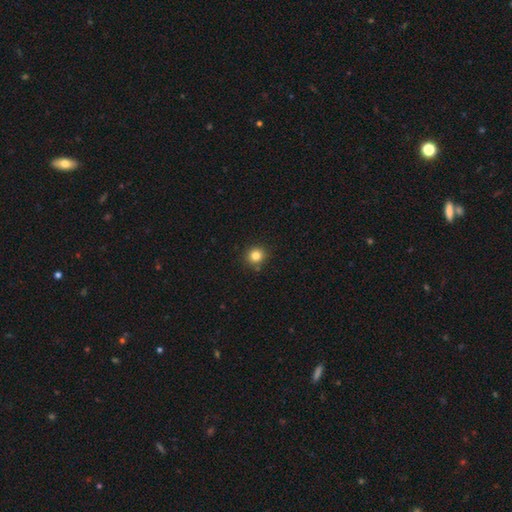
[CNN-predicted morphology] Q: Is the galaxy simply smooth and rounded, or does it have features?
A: smooth — 83%.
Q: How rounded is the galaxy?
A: round — 89%.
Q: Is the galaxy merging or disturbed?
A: none — 87%.